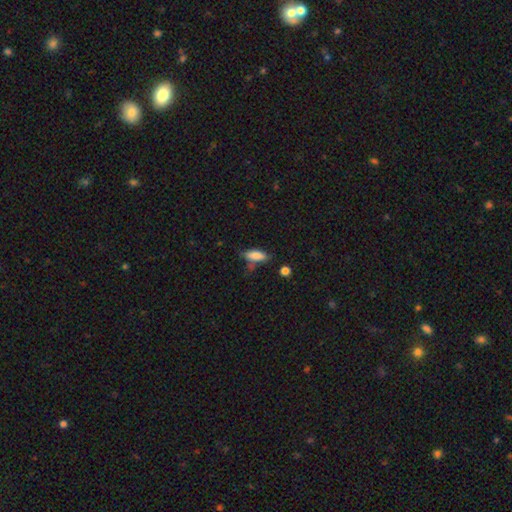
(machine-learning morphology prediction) Smooth or featured: smooth — 82% (featured or disk — 10%)
How rounded: in between — 68% (cigar-shaped — 29%)
Merging: none — 66% (minor disturbance — 22%)